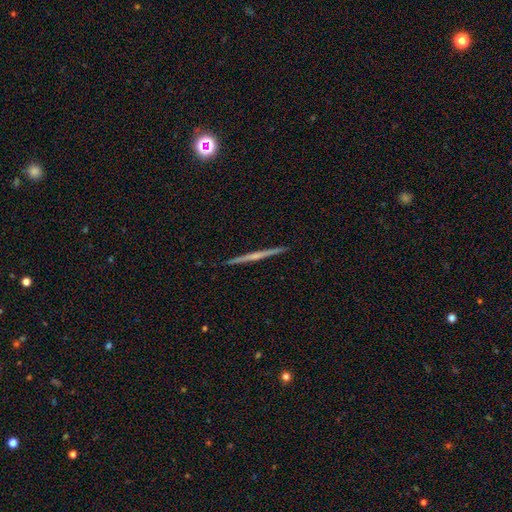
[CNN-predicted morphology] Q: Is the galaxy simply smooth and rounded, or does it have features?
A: featured or disk — 69%.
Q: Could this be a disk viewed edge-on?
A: yes — 99%.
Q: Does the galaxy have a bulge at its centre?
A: none — 56%.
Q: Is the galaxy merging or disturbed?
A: none — 93%.